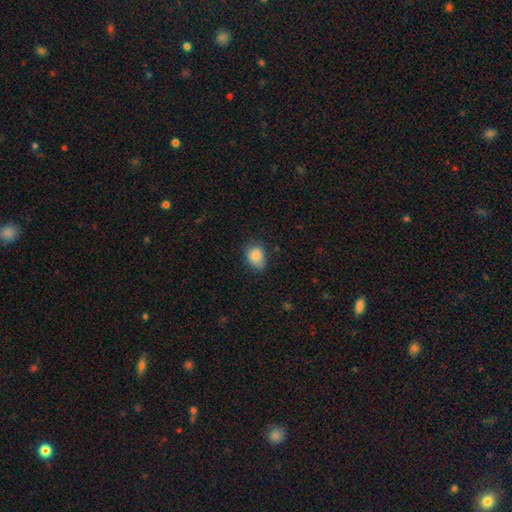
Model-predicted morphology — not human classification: Smooth or featured? smooth (85%)
How rounded? in between (57%)
Merging? none (69%)